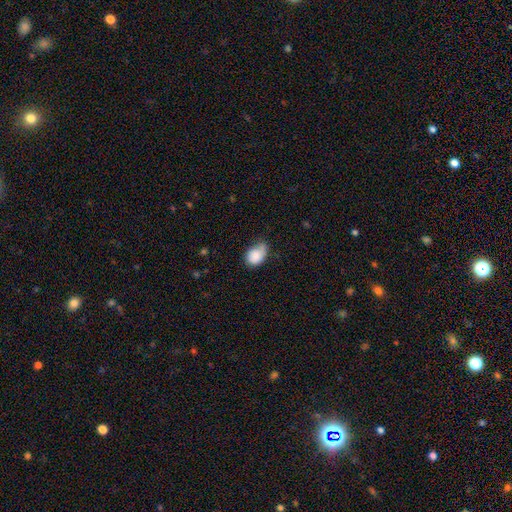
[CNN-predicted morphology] The model was most divided on "merging": minor disturbance: 45%, none: 38%, major disturbance: 14%, merger: 3%. More confident: smooth or featured — smooth (83%); how rounded — in between (75%).